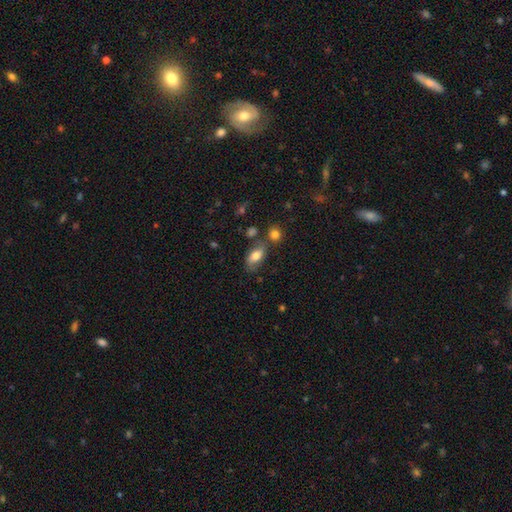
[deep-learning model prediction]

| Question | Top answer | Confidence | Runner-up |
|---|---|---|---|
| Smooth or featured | smooth | 75% | featured or disk (17%) |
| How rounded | in between | 89% | cigar-shaped (6%) |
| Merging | none | 65% | minor disturbance (18%) |